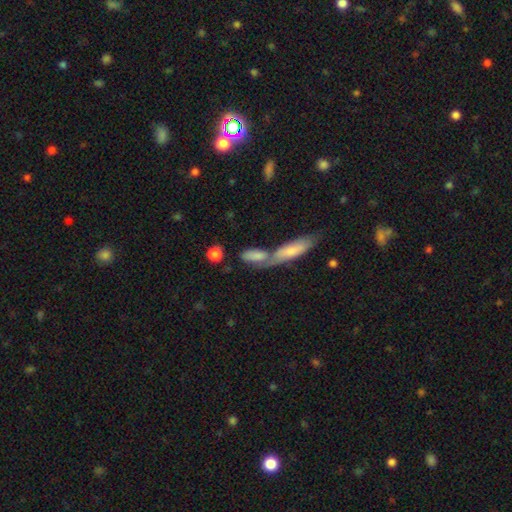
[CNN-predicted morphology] This appears to be a smooth galaxy with no disk features (75%) that is in between round and cigar-shaped (67%). Merging: merger (54%).